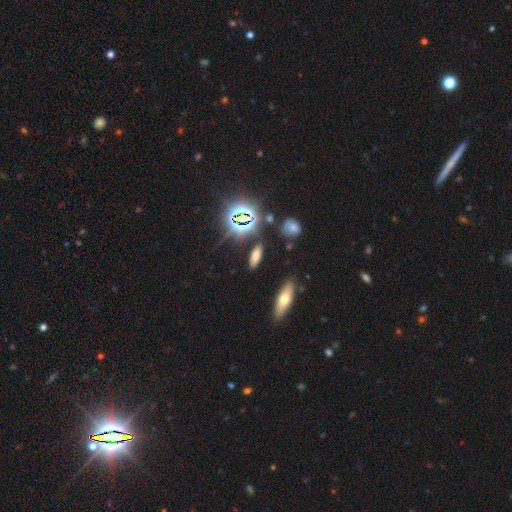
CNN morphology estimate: Smooth or featured? smooth (60%)
How rounded? in between (57%)
Merging? none (83%)